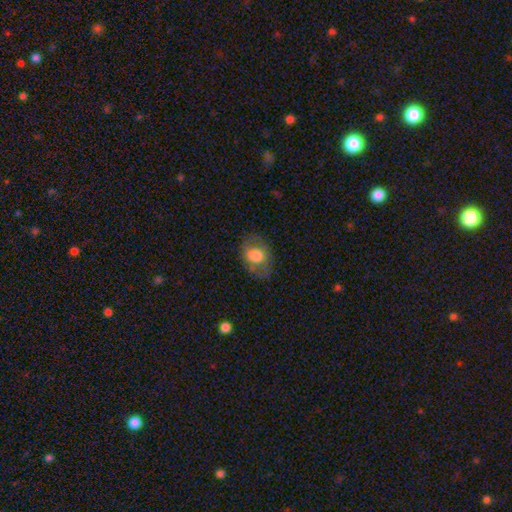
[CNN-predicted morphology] Smooth or featured? smooth (65%)
How rounded? in between (69%)
Merging? none (69%)